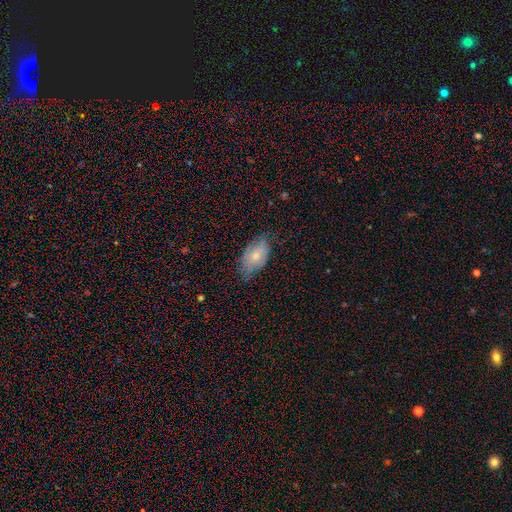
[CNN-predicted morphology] Smooth or featured?
  - smooth: 68% *
  - featured or disk: 25%
  - star or artifact: 7%
How rounded?
  - in between: 93% *
  - round: 5%
  - cigar-shaped: 3%
Merging?
  - none: 65% *
  - minor disturbance: 28%
  - major disturbance: 6%
  - merger: 1%